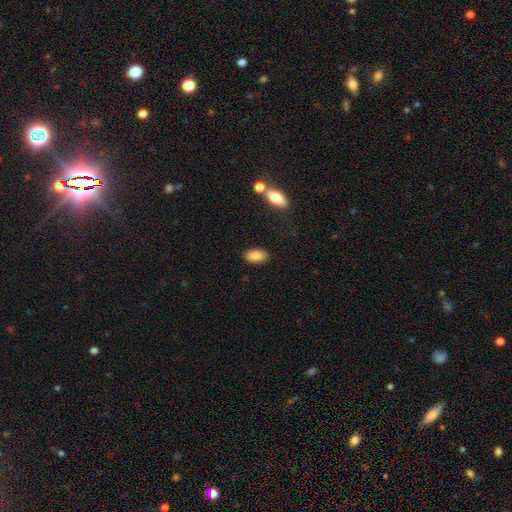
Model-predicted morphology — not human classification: This is clearly a smooth galaxy (86%). How rounded: clearly in between (91%). Merging: clearly none (87%).